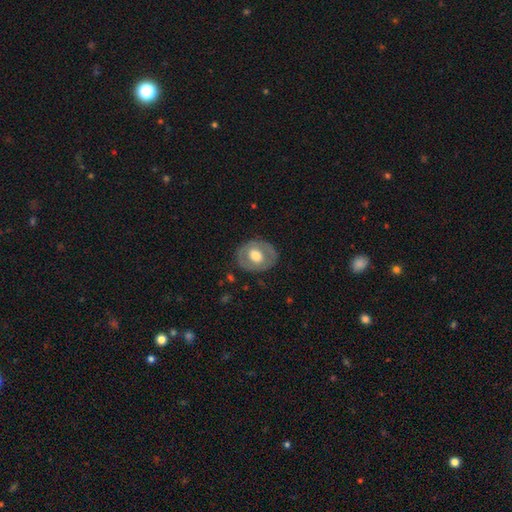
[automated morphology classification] A featured or disk galaxy (48%). Merging: none (81%).